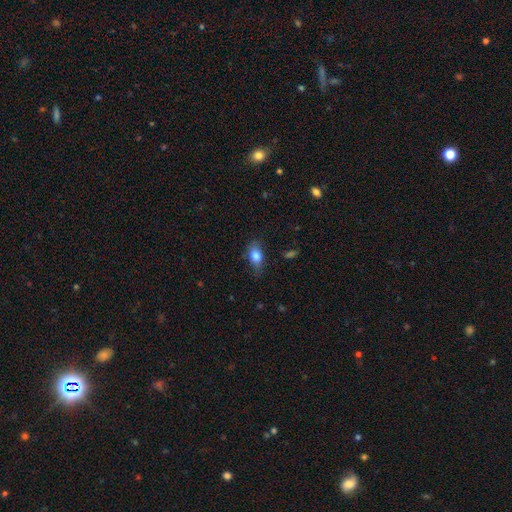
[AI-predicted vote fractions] This appears to be a smooth galaxy with no disk features (80%) that is in between round and cigar-shaped (83%). Merging: none (68%).